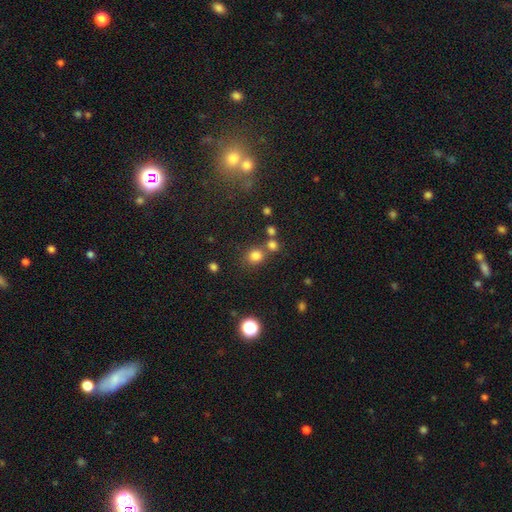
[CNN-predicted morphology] smooth_or_featured: smooth (p=0.77) [alt: star or artifact p=0.17]
how_rounded: round (p=0.81) [alt: in between p=0.18]
merging: none (p=0.66) [alt: merger p=0.21]